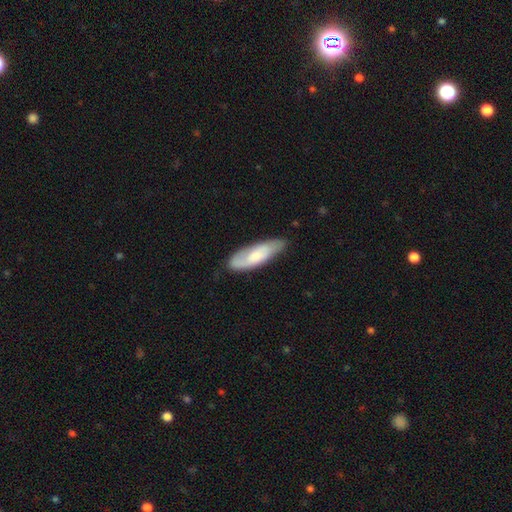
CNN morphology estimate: Overall: smooth (59%; featured or disk 35%). How rounded: in between (55%; cigar-shaped 43%). Merging: none (71%).